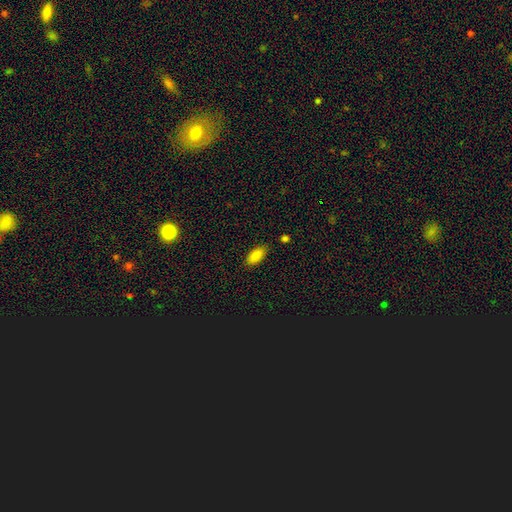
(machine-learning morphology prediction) Smooth or featured?
  - smooth: 86% *
  - star or artifact: 8%
  - featured or disk: 6%
How rounded?
  - in between: 88% *
  - cigar-shaped: 10%
  - round: 2%
Merging?
  - none: 84% *
  - minor disturbance: 11%
  - major disturbance: 2%
  - merger: 2%